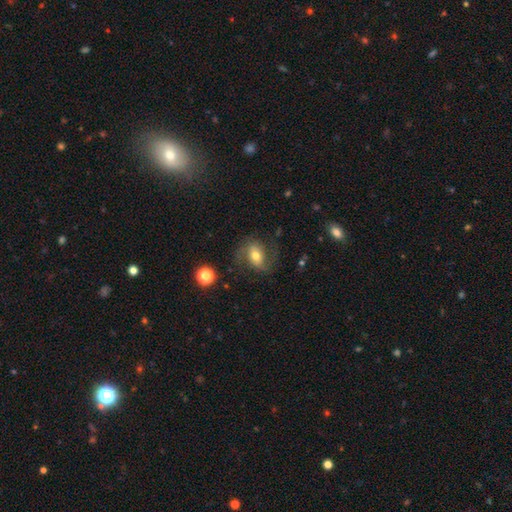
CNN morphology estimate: Overall: featured or disk (60%; smooth 31%). Edge-on disk: no (96%). Bar: no (42%; weak 37%). Spiral arms: yes (86%). Bulge size: moderate (67%). Merging: none (66%).